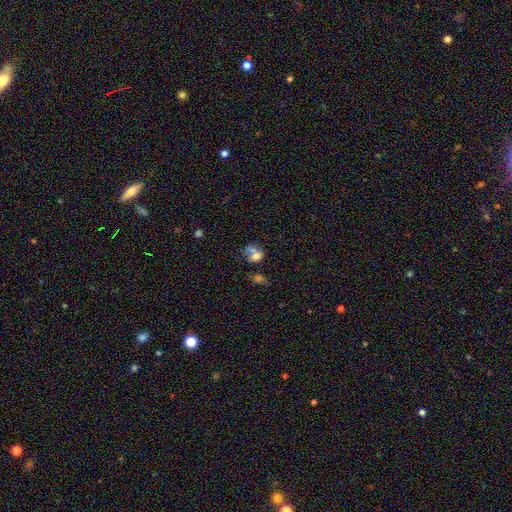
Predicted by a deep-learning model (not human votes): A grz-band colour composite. It shows a smooth galaxy with no disk features (63%) that is in between round and cigar-shaped (52%). Merging: merger (51%).